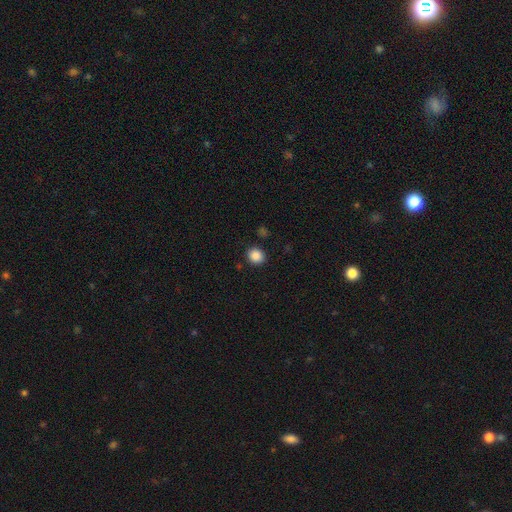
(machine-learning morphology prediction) The model was most divided on "how rounded": round: 79%, in between: 20%, cigar-shaped: 1%. More confident: merging — none (89%); smooth or featured — smooth (88%).